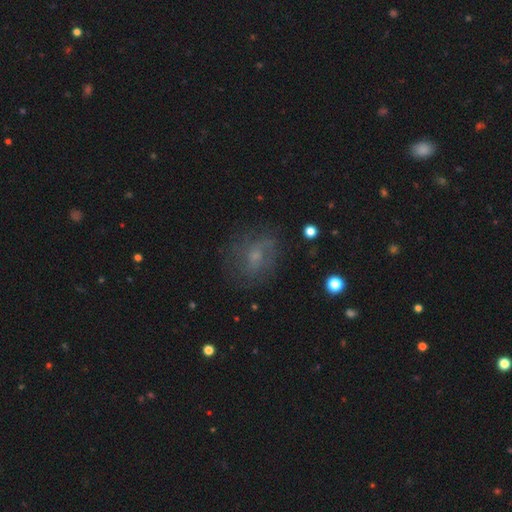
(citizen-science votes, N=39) smooth_or_featured: smooth (p=0.44) [tied with: featured or disk p=0.44]
how_rounded: round (p=0.71) [alt: in between p=0.29]
merging: none (p=0.65) [alt: minor disturbance p=0.26]